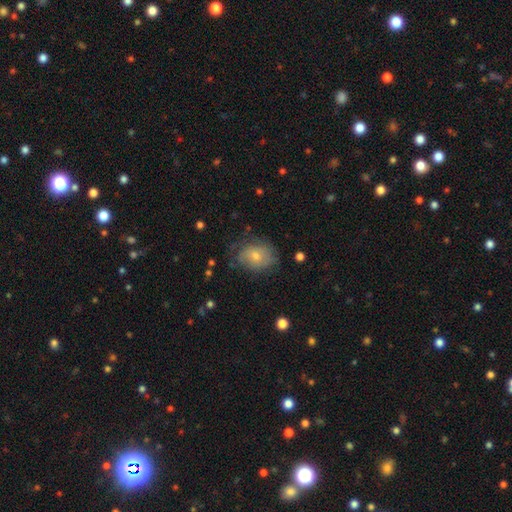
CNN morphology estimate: Smooth or featured: smooth — 52% (featured or disk — 36%)
How rounded: in between — 56% (round — 42%)
Merging: none — 67% (minor disturbance — 23%)